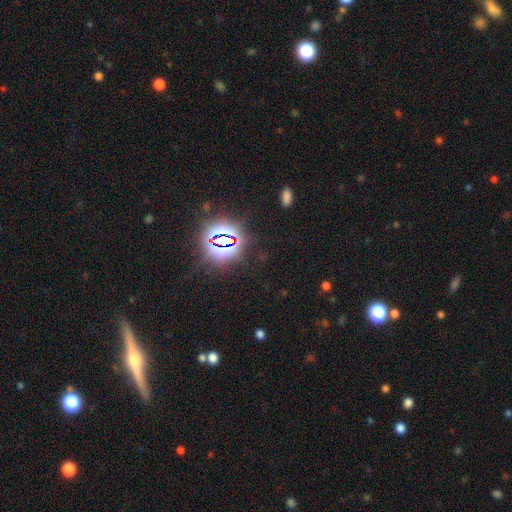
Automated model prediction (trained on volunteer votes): Q: Smooth or featured?
A: star or artifact (66%); runner-up: featured or disk (20%)